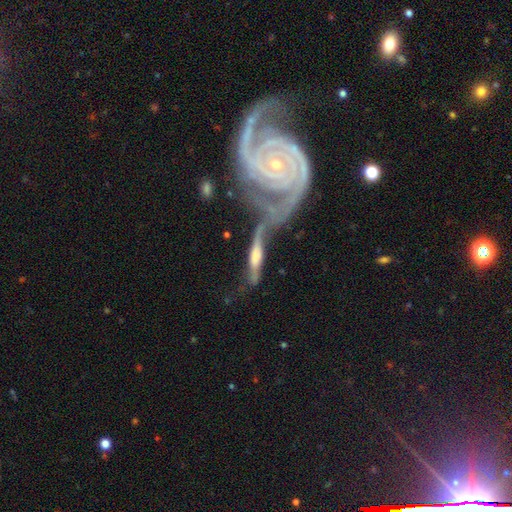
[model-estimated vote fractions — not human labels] A featured or disk galaxy (82%) with no bar (57%), 2 (66%) tight (51%) spiral arms (91%) and a small central bulge (57%).

Vote fractions:
- Smooth or featured? featured or disk: 82% / smooth: 12% / star or artifact: 6%
- Edge-on disk? no: 70% / yes: 30%
- Bar? no: 57% / weak: 27% / strong: 16%
- Spiral arms? yes: 91% / no: 9%
- Spiral winding? tight: 51% / medium: 29% / loose: 19%
- Spiral arm count? 2: 66% / can't tell: 15% / 3: 8% / 1: 4% / 4: 4% / more than 4: 3%
- Bulge size? small: 57% / moderate: 31% / large: 5% / none: 5% / dominant: 2%
- Merging? merger: 52% / none: 23% / minor disturbance: 13% / major disturbance: 12%